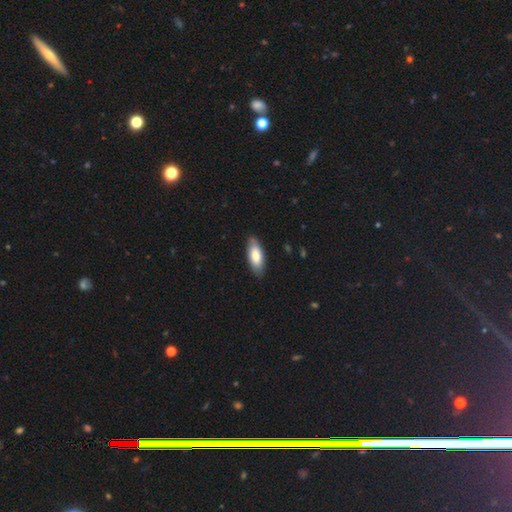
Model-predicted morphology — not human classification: Smooth or featured? smooth (79%)
How rounded? in between (77%)
Merging? none (86%)